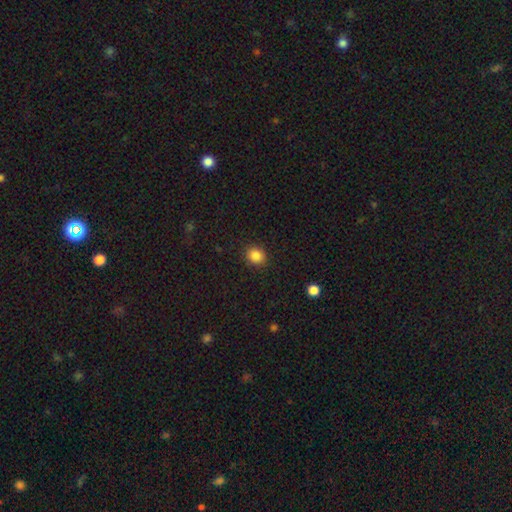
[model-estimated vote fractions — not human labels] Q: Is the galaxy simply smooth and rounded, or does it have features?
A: smooth — 86%.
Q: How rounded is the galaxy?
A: round — 63%.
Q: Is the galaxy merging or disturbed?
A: none — 89%.